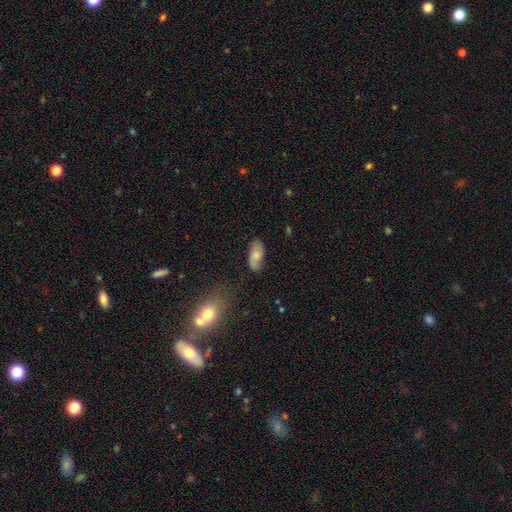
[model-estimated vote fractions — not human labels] Smooth or featured? smooth (67%)
How rounded? in between (89%)
Merging? none (73%)